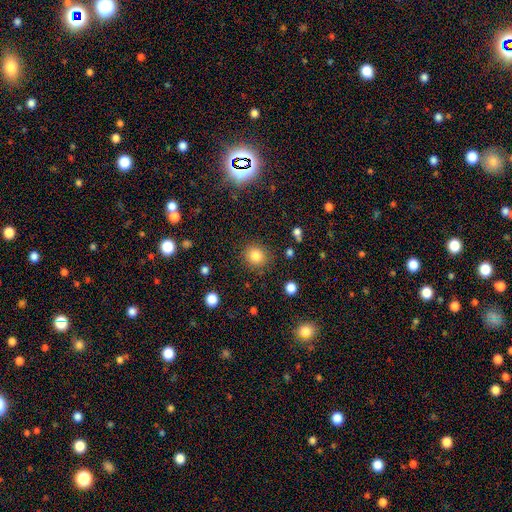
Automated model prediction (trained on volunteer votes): A smooth galaxy with no disk features (81%) that is round (83%).

Vote fractions:
- Smooth or featured? smooth: 81% / star or artifact: 12% / featured or disk: 7%
- How rounded? round: 83% / in between: 16% / cigar-shaped: 1%
- Merging? none: 87% / minor disturbance: 8% / major disturbance: 3% / merger: 2%